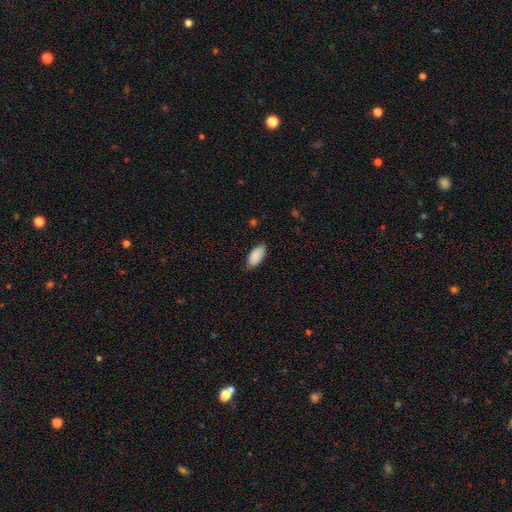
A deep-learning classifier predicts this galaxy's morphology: Smooth or featured?
  - smooth: 89% *
  - star or artifact: 6%
  - featured or disk: 5%
How rounded?
  - in between: 94% *
  - cigar-shaped: 4%
  - round: 2%
Merging?
  - none: 80% *
  - minor disturbance: 17%
  - major disturbance: 3%
  - merger: 1%